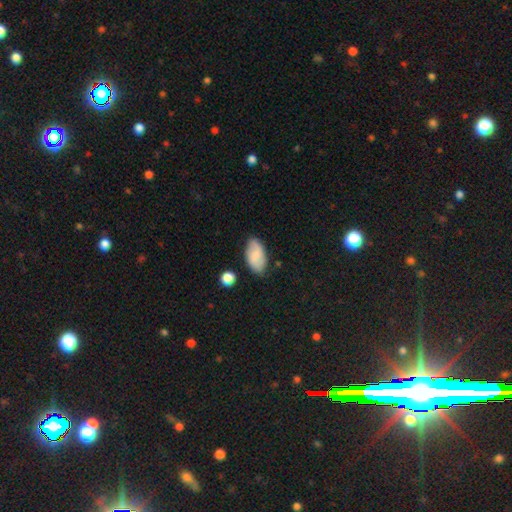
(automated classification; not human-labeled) The model was most divided on "smooth or featured": smooth: 65%, featured or disk: 28%, star or artifact: 7%. More confident: how rounded — in between (93%); merging — none (77%).